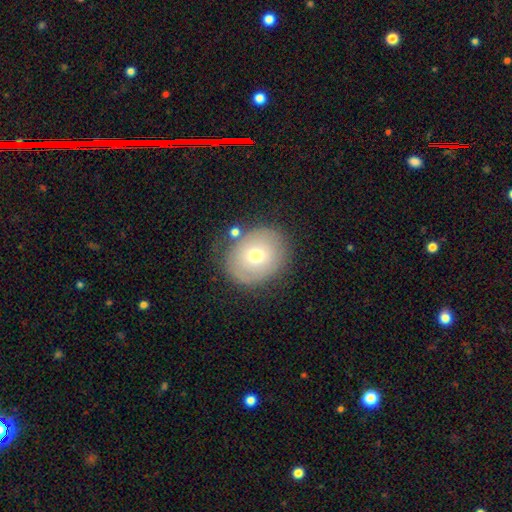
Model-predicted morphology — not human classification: The model was most divided on "smooth or featured": smooth: 63%, featured or disk: 27%, star or artifact: 10%. More confident: merging — none (74%); how rounded — round (71%).